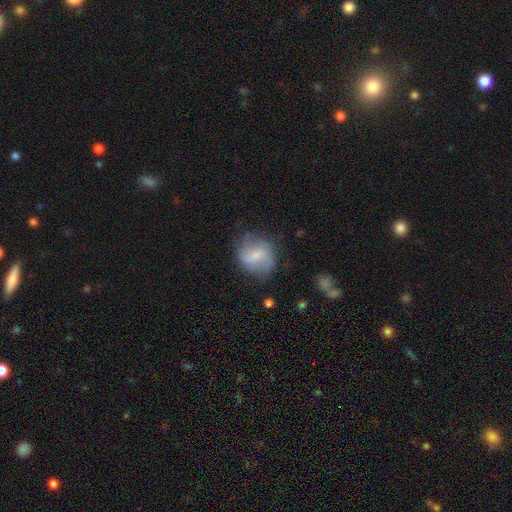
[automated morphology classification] Smooth or featured: smooth — 55% (featured or disk — 37%)
How rounded: round — 68% (in between — 31%)
Merging: none — 62% (minor disturbance — 25%)